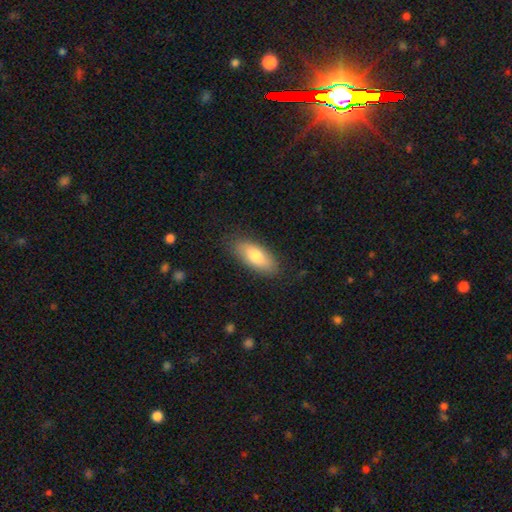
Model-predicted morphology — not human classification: This appears to be a smooth galaxy with no disk features (76%) that is in between round and cigar-shaped (81%). Merging: none (84%).